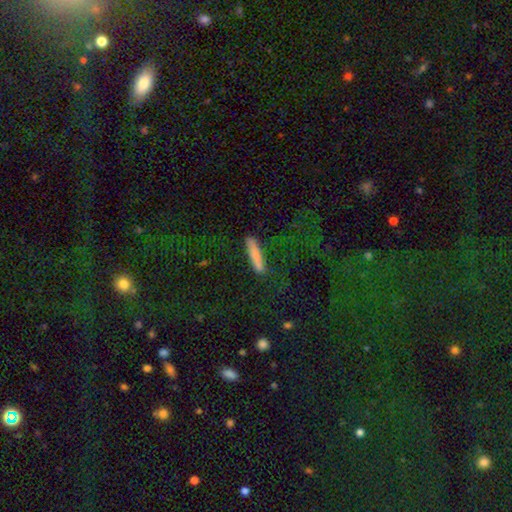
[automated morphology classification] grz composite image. It shows a smooth galaxy with no disk features (79%) that is cigar-shaped (89%). Merging: none (84%).